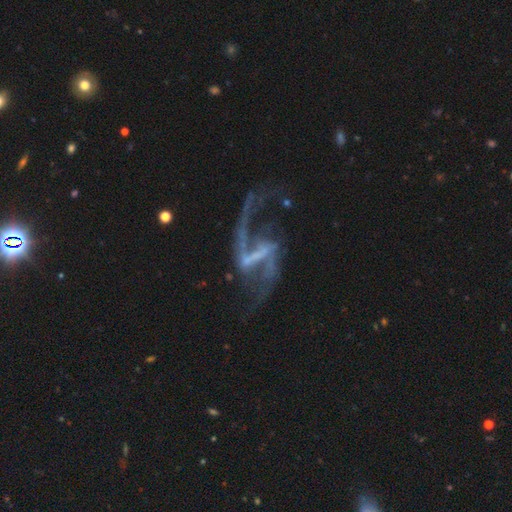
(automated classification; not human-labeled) The model was most divided on "bar": strong: 56%, weak: 31%, no: 12%. More confident: edge-on disk — no (97%); spiral arms — yes (93%); spiral arm count — 2 (90%); smooth or featured — featured or disk (89%); spiral winding — loose (82%); bulge size — none (61%); merging — none (53%).